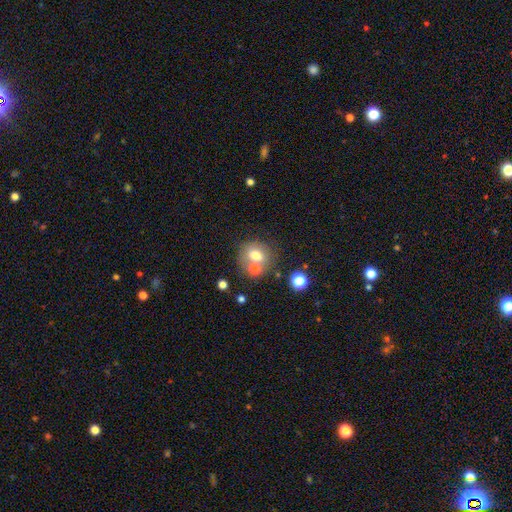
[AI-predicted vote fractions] Q: Smooth or featured?
A: smooth (70%); runner-up: featured or disk (17%)
Q: How rounded?
A: round (76%); runner-up: in between (23%)
Q: Merging?
A: none (56%); runner-up: merger (29%)